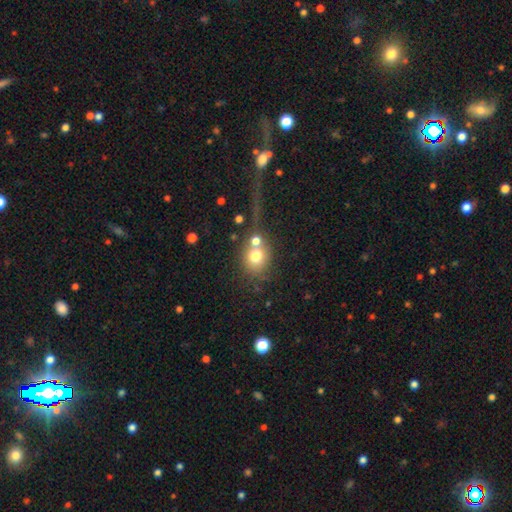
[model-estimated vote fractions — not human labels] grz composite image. It shows a smooth galaxy with no disk features (71%) that is round (72%). Merging: merger (40%).